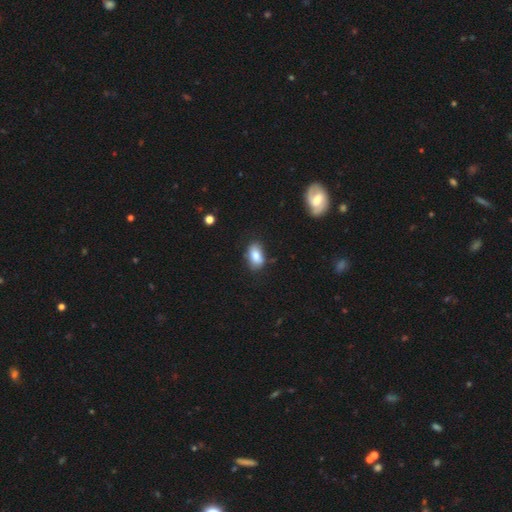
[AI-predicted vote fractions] Morphology: type=smooth (82%); roundness=in between (90%); merging=none (72%).